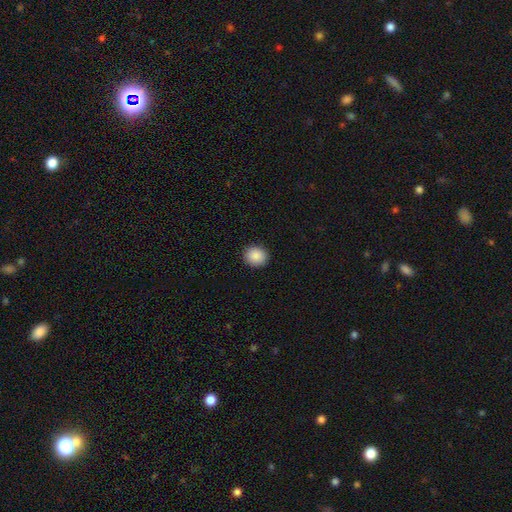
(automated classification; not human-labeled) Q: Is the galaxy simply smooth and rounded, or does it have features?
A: smooth — 89%.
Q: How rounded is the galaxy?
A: round — 84%.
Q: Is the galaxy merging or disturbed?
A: none — 92%.